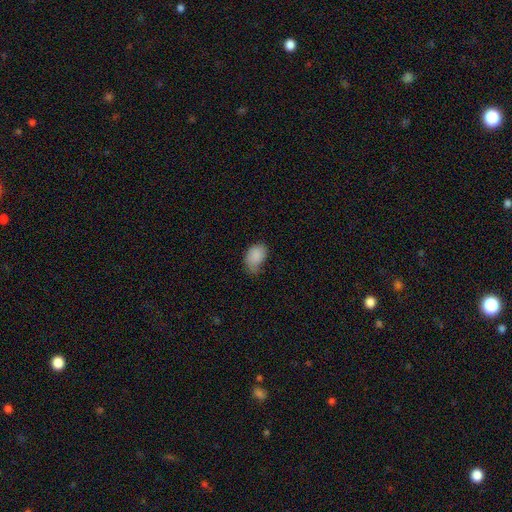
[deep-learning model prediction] A smooth galaxy with no disk features (87%) that is in between round and cigar-shaped (87%).

Vote fractions:
- Smooth or featured? smooth: 87% / star or artifact: 8% / featured or disk: 6%
- How rounded? in between: 87% / round: 12% / cigar-shaped: 1%
- Merging? none: 44% / minor disturbance: 41% / major disturbance: 13% / merger: 2%